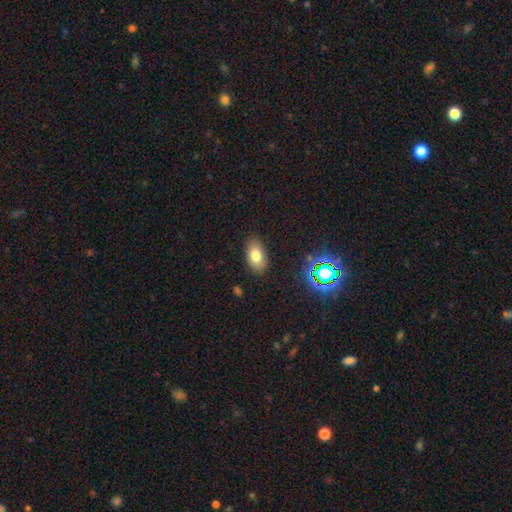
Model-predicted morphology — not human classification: A smooth galaxy with no disk features (76%) that is in between round and cigar-shaped (91%). Merging: none (84%).